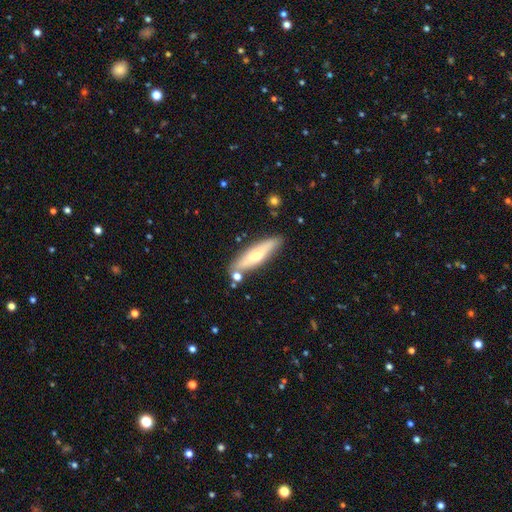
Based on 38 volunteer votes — smooth-or-featured: smooth: 63% | featured or disk: 37% | star or artifact: 0%
  how-rounded: cigar-shaped: 71% | in between: 29% | round: 0%
  merging: none: 79% | merger: 13% | minor disturbance: 8% | major disturbance: 0%